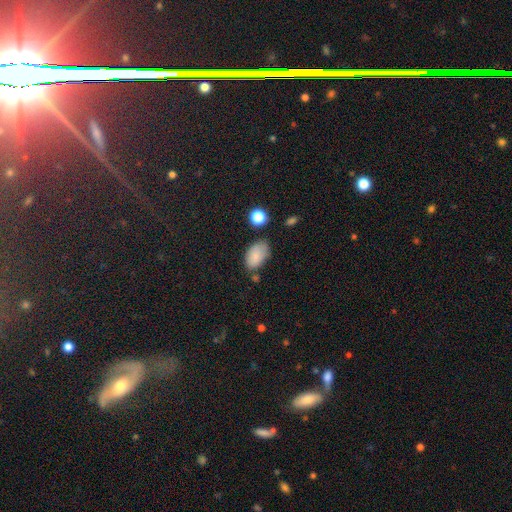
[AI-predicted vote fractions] Morphology: type=smooth (84%); roundness=in between (92%); merging=none (60%).